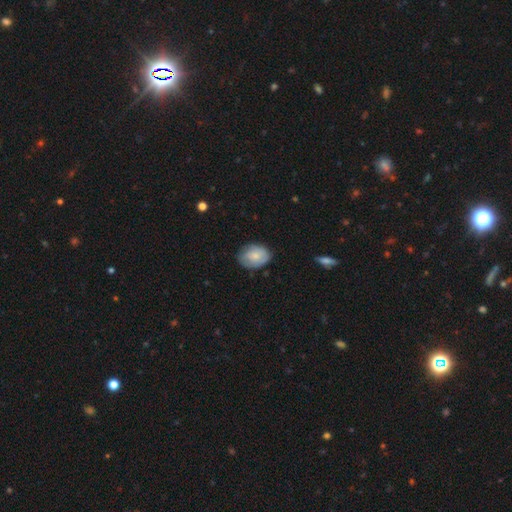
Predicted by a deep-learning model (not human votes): Smooth or featured?
  - smooth: 72% *
  - featured or disk: 22%
  - star or artifact: 6%
How rounded?
  - in between: 72% *
  - round: 27%
  - cigar-shaped: 1%
Merging?
  - none: 72% *
  - minor disturbance: 23%
  - major disturbance: 4%
  - merger: 1%